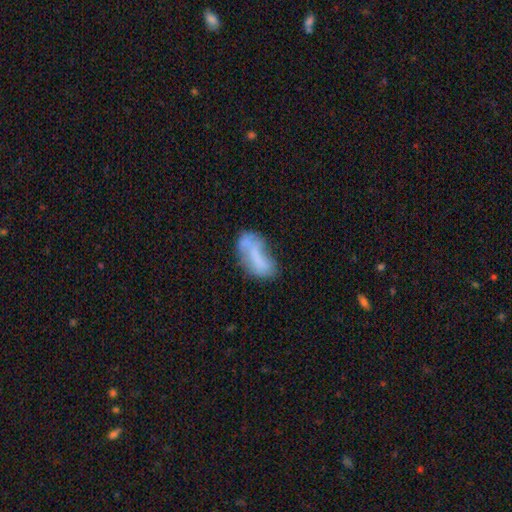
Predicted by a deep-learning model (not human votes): Smooth or featured? smooth (54%)
How rounded? in between (86%)
Merging? none (34%)